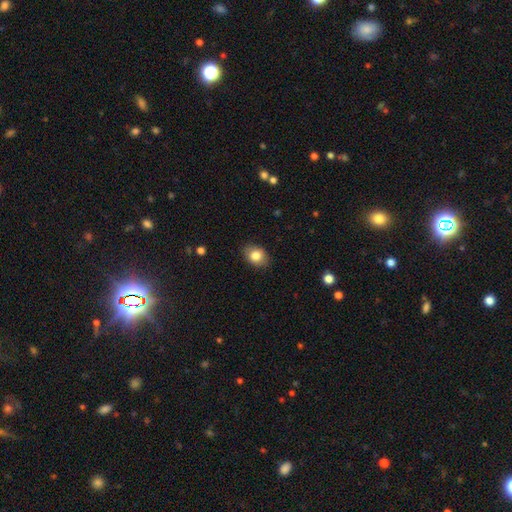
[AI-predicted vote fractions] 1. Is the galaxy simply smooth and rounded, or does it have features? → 82% smooth, 9% featured or disk, 9% star or artifact.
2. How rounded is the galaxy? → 64% in between, 35% round, 1% cigar-shaped.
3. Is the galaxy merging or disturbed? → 86% none, 11% minor disturbance, 2% major disturbance, 1% merger.